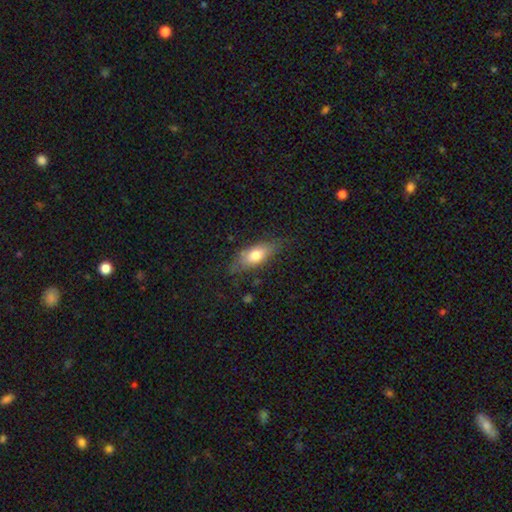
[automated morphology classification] smooth-or-featured: smooth: 70% | featured or disk: 23% | star or artifact: 7%
  how-rounded: in between: 79% | cigar-shaped: 17% | round: 4%
  merging: none: 67% | minor disturbance: 23% | major disturbance: 8% | merger: 2%